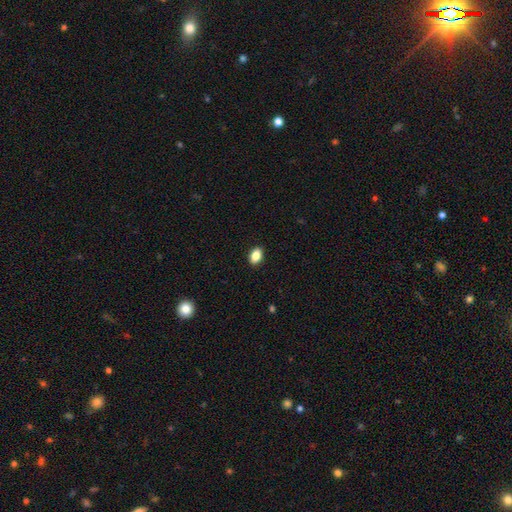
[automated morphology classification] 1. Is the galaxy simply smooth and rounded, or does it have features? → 87% smooth, 8% star or artifact, 5% featured or disk.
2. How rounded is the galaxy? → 85% in between, 14% round, 2% cigar-shaped.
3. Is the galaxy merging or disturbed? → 91% none, 7% minor disturbance, 2% major disturbance, 1% merger.